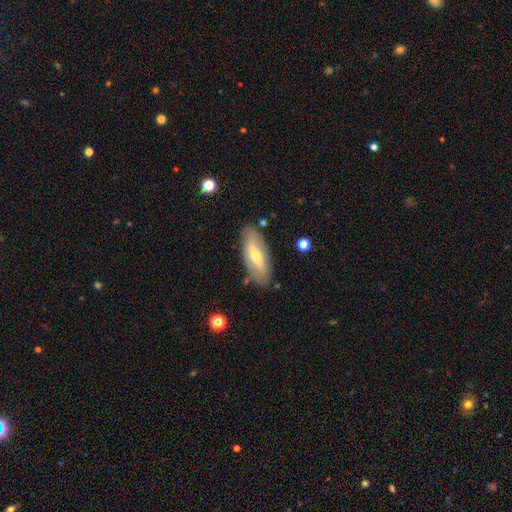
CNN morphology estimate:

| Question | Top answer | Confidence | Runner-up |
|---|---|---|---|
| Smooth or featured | featured or disk | 48% | smooth (45%) |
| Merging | none | 83% | minor disturbance (13%) |